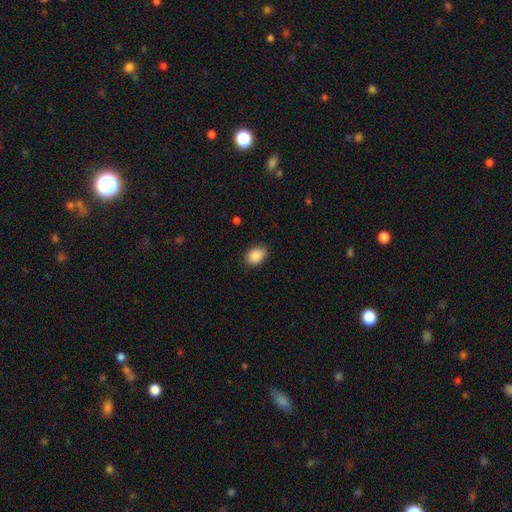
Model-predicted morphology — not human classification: smooth-or-featured: smooth: 89% | star or artifact: 8% | featured or disk: 3%
  how-rounded: in between: 71% | round: 28% | cigar-shaped: 1%
  merging: none: 82% | minor disturbance: 14% | major disturbance: 3% | merger: 1%